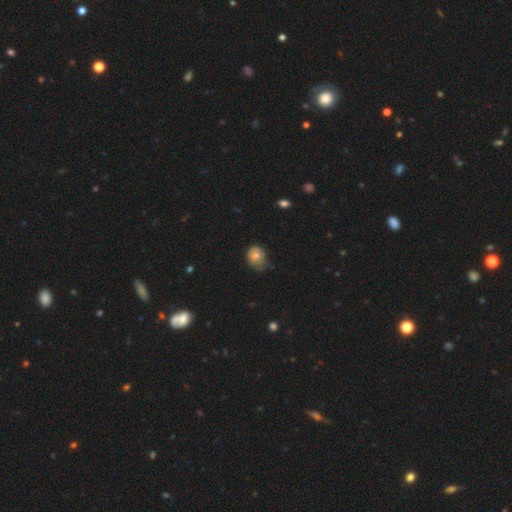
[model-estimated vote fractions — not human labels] A smooth galaxy with no disk features (69%) that is round (55%).

Vote fractions:
- Smooth or featured? smooth: 69% / featured or disk: 22% / star or artifact: 9%
- How rounded? round: 55% / in between: 44% / cigar-shaped: 1%
- Merging? minor disturbance: 42% / none: 38% / major disturbance: 18% / merger: 2%